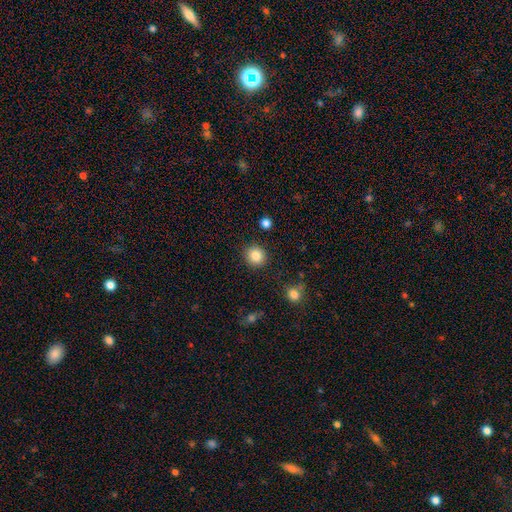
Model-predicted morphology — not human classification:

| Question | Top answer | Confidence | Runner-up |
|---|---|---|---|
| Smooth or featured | smooth | 85% | star or artifact (10%) |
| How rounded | round | 91% | in between (8%) |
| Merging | none | 90% | minor disturbance (6%) |